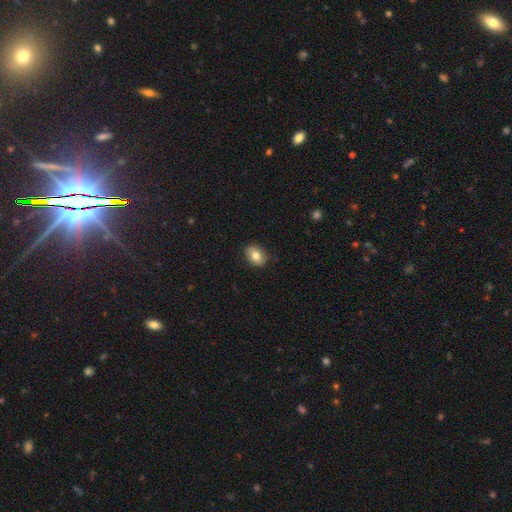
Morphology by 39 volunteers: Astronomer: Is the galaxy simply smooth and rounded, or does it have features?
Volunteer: smooth — 87%.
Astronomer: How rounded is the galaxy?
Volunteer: in between — 74%.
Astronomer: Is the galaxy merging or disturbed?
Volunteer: none — 94%.